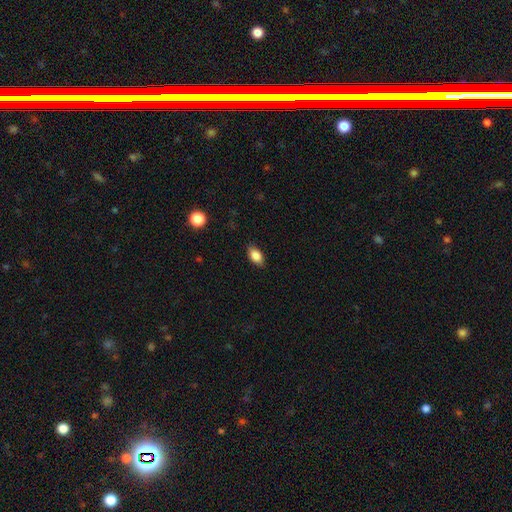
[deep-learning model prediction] Smooth or featured?
  - smooth: 85% *
  - star or artifact: 8%
  - featured or disk: 7%
How rounded?
  - in between: 89% *
  - round: 8%
  - cigar-shaped: 4%
Merging?
  - none: 84% *
  - minor disturbance: 12%
  - major disturbance: 3%
  - merger: 1%